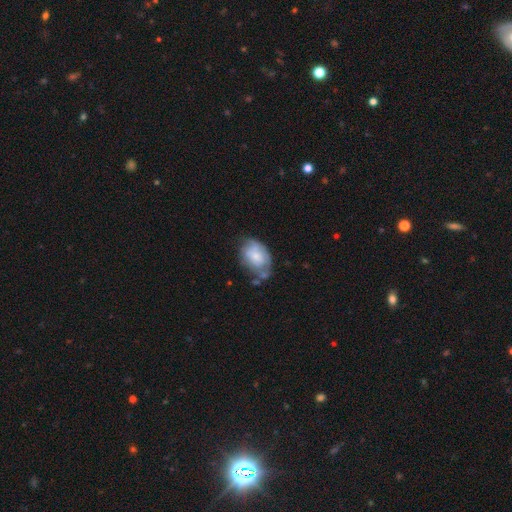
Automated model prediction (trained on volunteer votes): This is possibly a smooth galaxy (57%). How rounded: clearly in between (82%). Merging: marginally none (40%).